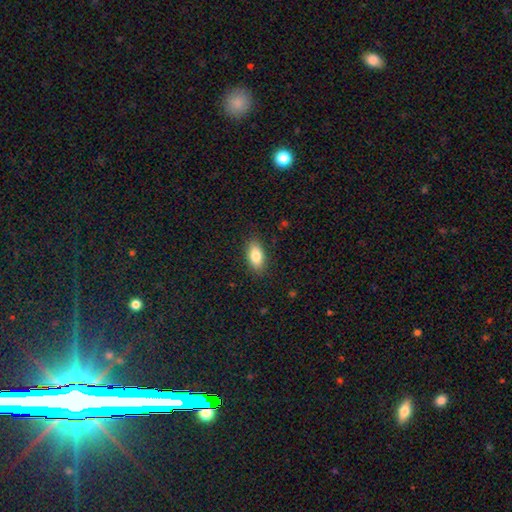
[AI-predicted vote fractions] Smooth or featured?
  - smooth: 83% *
  - featured or disk: 9%
  - star or artifact: 7%
How rounded?
  - in between: 91% *
  - cigar-shaped: 5%
  - round: 4%
Merging?
  - none: 87% *
  - minor disturbance: 10%
  - major disturbance: 2%
  - merger: 1%